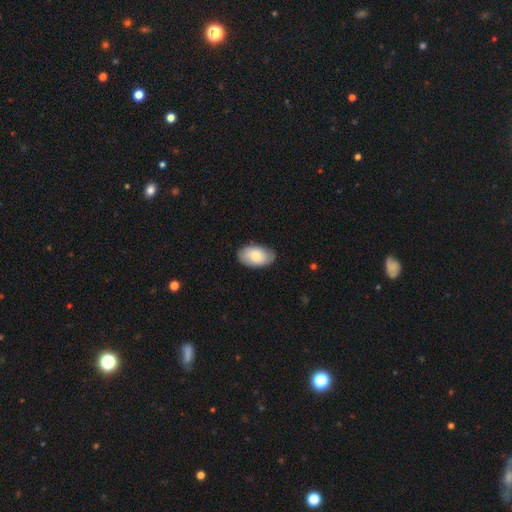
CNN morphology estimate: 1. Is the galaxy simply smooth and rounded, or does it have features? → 78% smooth, 16% featured or disk, 6% star or artifact.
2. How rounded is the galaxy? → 95% in between, 4% round, 1% cigar-shaped.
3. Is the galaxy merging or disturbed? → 83% none, 14% minor disturbance, 3% major disturbance, 1% merger.